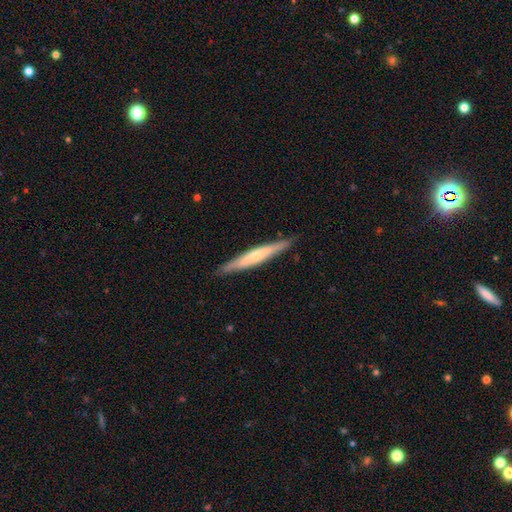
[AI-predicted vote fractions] Smooth or featured? Predicted: featured or disk (p=0.57). Edge-on disk? Predicted: yes (p=0.93). Edge-on bulge? Predicted: rounded (p=0.57). Merging? Predicted: none (p=0.89).